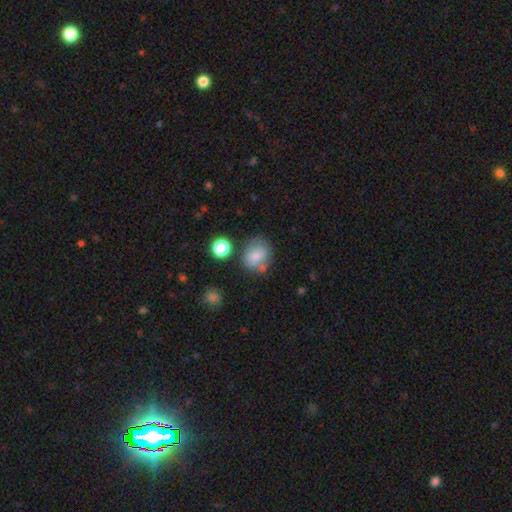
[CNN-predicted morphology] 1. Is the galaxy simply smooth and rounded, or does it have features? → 77% smooth, 13% featured or disk, 10% star or artifact.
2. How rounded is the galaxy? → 52% round, 46% in between, 1% cigar-shaped.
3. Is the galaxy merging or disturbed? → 63% none, 19% minor disturbance, 11% merger, 7% major disturbance.